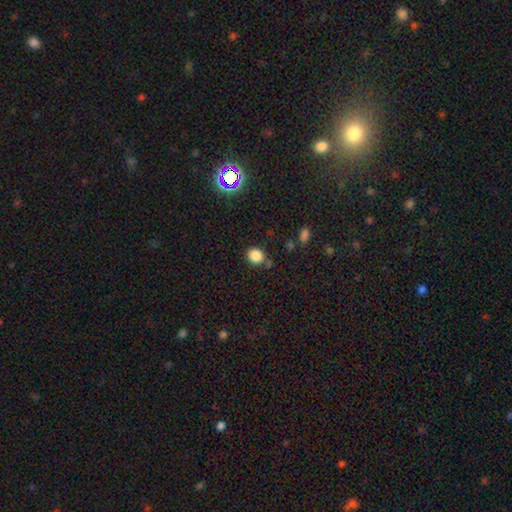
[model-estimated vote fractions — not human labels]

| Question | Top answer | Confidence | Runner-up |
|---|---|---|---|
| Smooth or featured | smooth | 84% | star or artifact (12%) |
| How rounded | round | 73% | in between (26%) |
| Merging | none | 78% | minor disturbance (11%) |